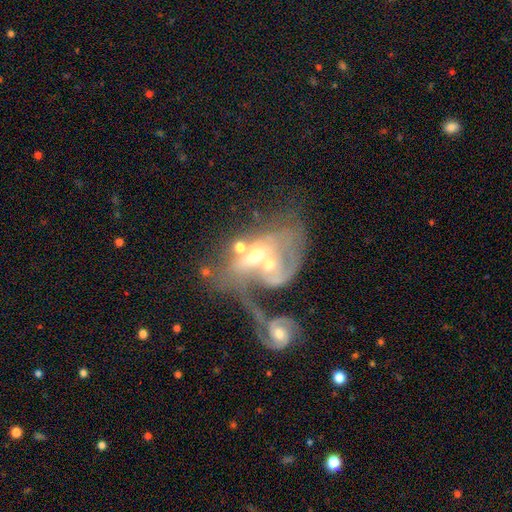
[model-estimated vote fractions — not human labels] smooth_or_featured: featured or disk (p=0.72) [alt: smooth p=0.19]
disk_edge_on: no (p=0.94) [alt: yes p=0.06]
bar: no (p=0.62) [alt: weak p=0.27]
has_spiral_arms: yes (p=0.68) [alt: no p=0.32]
bulge_size: moderate (p=0.60) [alt: small p=0.29]
merging: merger (p=0.71) [alt: major disturbance p=0.13]